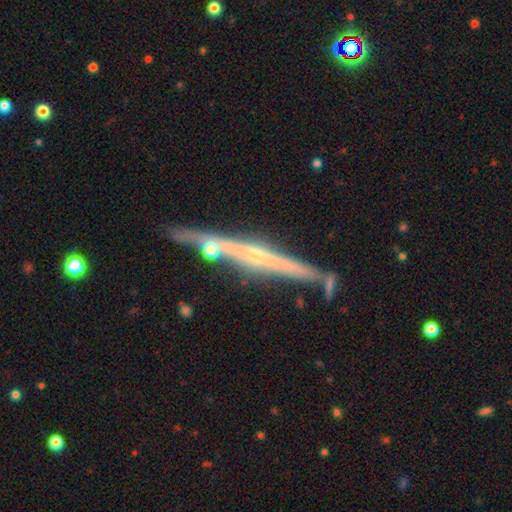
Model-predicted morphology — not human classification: This appears to be a featured or disk galaxy (80%) viewed edge-on (97%) with a rounded central bulge (60%). Merging: none (78%).